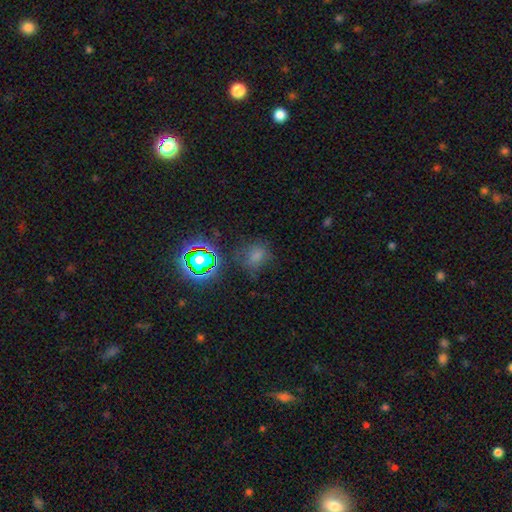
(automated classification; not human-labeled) Morphology: type=smooth (50%); merging=none (70%).